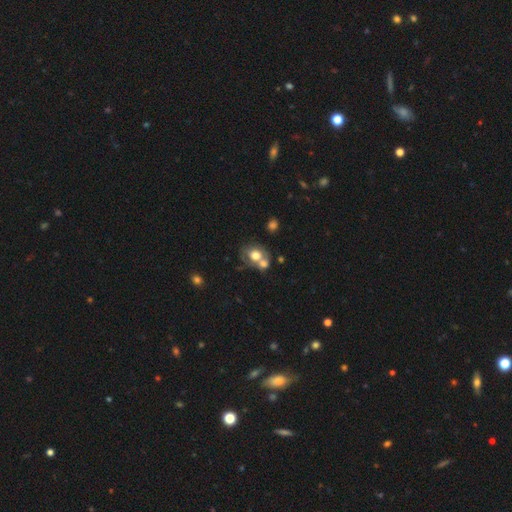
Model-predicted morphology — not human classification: This appears to be a smooth galaxy with no disk features (68%) that is round (56%). Merging: merger (50%).